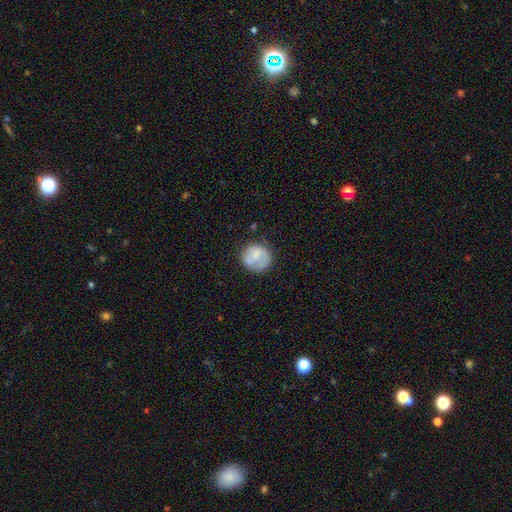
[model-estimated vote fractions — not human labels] This appears to be a smooth galaxy with no disk features (67%) that is round (86%). Merging: none (59%).